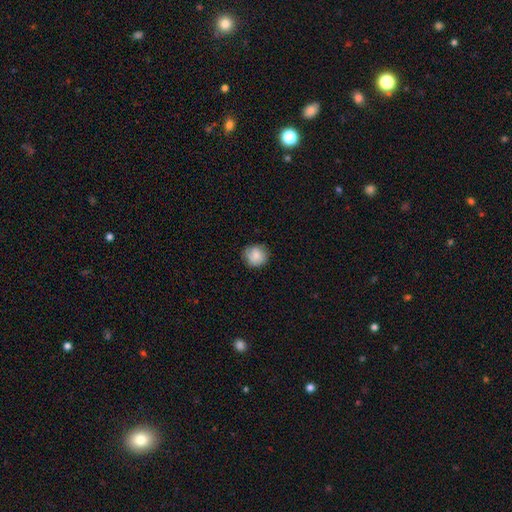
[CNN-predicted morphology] smooth-or-featured: smooth: 81% | featured or disk: 12% | star or artifact: 8%
  how-rounded: round: 86% | in between: 13% | cigar-shaped: 1%
  merging: none: 78% | minor disturbance: 17% | major disturbance: 4% | merger: 1%